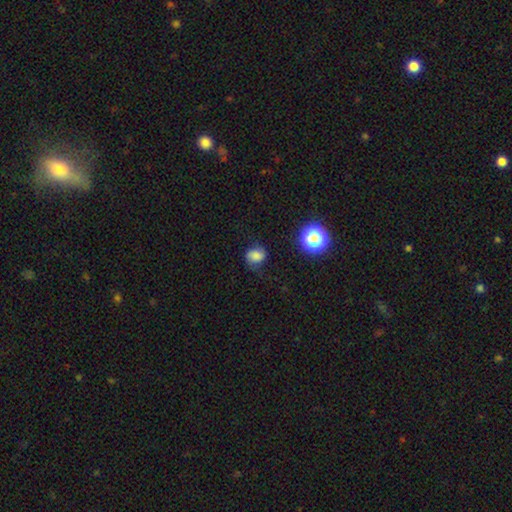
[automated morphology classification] The model was most divided on "how rounded": round: 58%, in between: 41%, cigar-shaped: 1%. More confident: smooth or featured — smooth (68%); merging — none (61%).